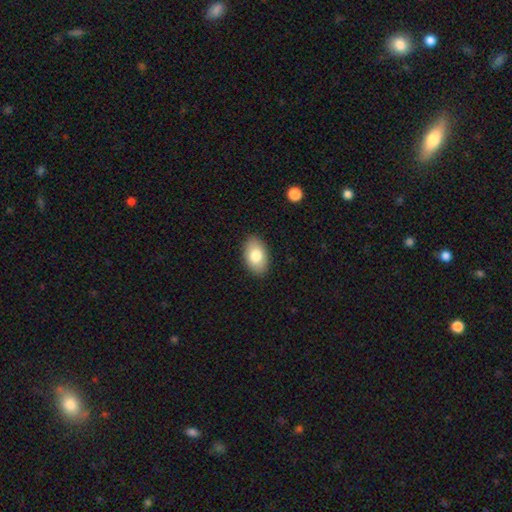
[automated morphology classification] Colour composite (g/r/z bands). It shows a smooth galaxy with no disk features (81%) that is in between round and cigar-shaped (92%). Merging: none (88%).